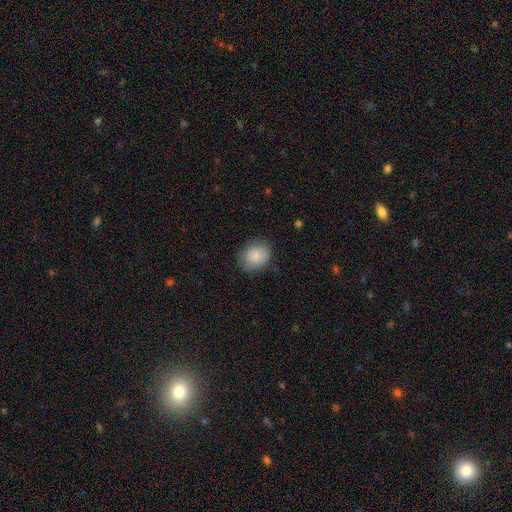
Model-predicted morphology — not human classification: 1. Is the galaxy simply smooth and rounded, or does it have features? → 86% smooth, 7% featured or disk, 7% star or artifact.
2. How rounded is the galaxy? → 57% round, 42% in between, 1% cigar-shaped.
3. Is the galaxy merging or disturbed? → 79% none, 16% minor disturbance, 4% major disturbance, 1% merger.